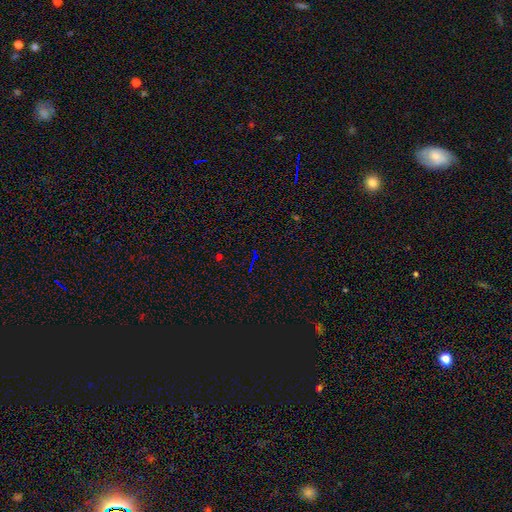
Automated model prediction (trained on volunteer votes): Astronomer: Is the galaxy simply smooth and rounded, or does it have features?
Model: star or artifact — 75%.